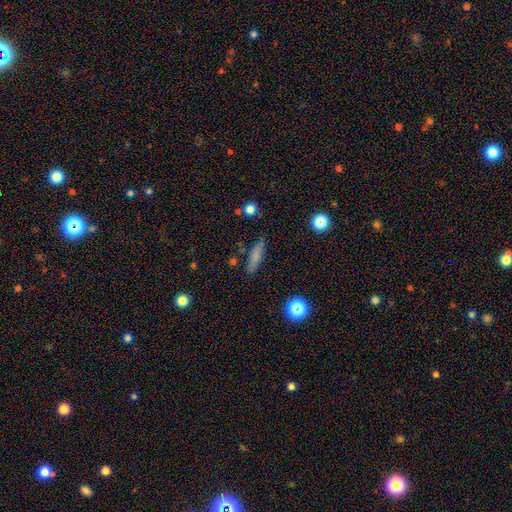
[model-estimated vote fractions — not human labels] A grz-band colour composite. It shows a smooth galaxy with no disk features (75%) that is cigar-shaped (75%). Merging: none (85%).